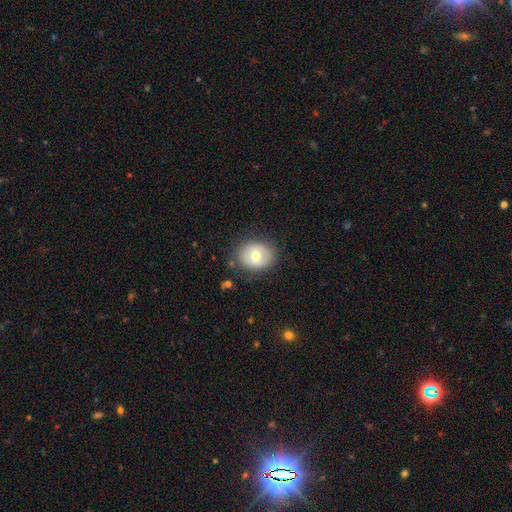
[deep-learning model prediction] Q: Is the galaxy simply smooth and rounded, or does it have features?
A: smooth — 64%.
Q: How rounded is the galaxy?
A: round — 52%.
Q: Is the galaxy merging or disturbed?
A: none — 81%.